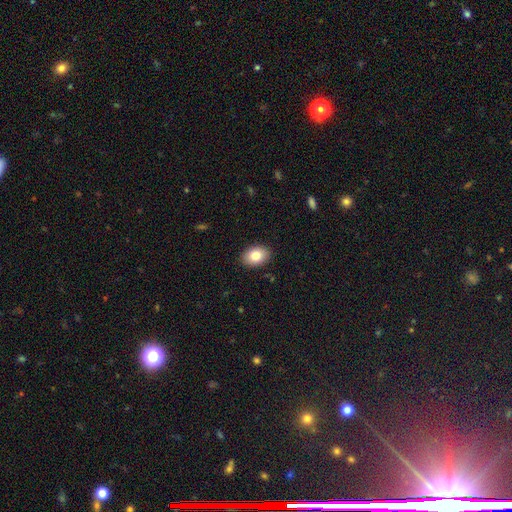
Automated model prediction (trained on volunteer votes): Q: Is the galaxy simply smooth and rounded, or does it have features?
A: smooth — 83%.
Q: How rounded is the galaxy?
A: in between — 81%.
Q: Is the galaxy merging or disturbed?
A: none — 90%.